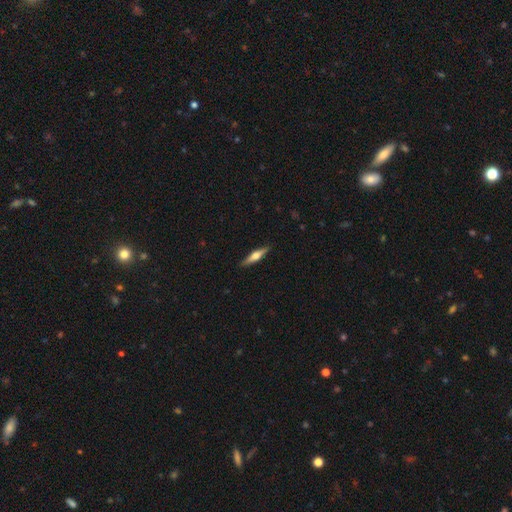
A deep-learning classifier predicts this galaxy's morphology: Smooth or featured? Predicted: featured or disk (p=0.58). Edge-on disk? Predicted: yes (p=0.96). Edge-on bulge? Predicted: rounded (p=0.92). Merging? Predicted: none (p=0.90).